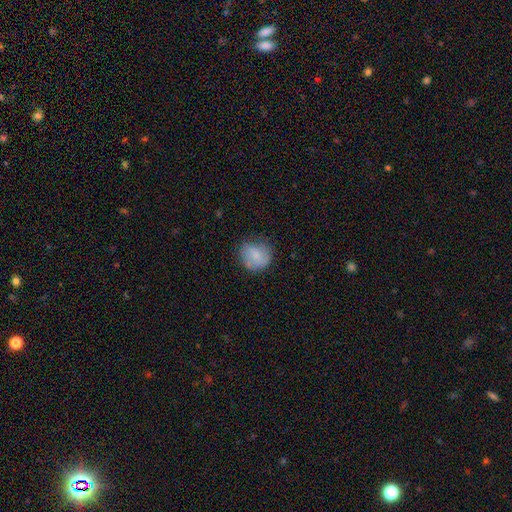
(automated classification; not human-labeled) Morphology: type=smooth (74%); roundness=round (83%); merging=none (67%).